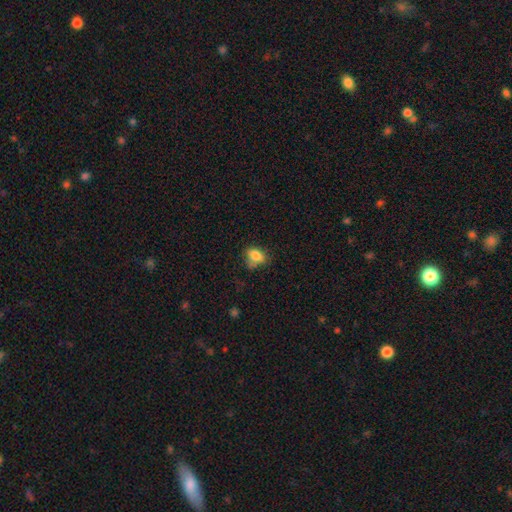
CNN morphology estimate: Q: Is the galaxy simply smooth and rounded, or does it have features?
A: smooth — 82%.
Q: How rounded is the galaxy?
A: in between — 71%.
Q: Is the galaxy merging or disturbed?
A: none — 59%.